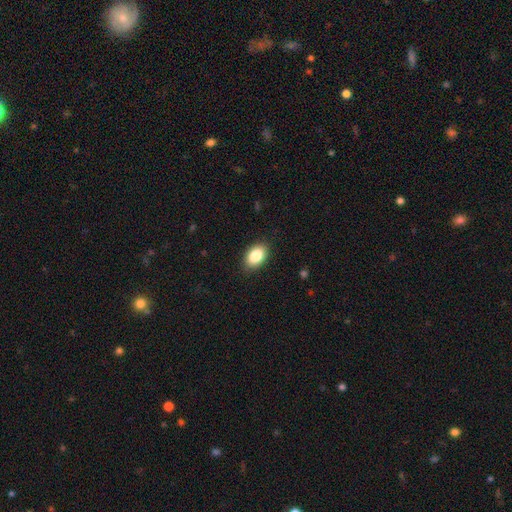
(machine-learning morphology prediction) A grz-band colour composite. It shows a smooth galaxy with no disk features (85%) that is in between round and cigar-shaped (88%). Merging: none (88%).